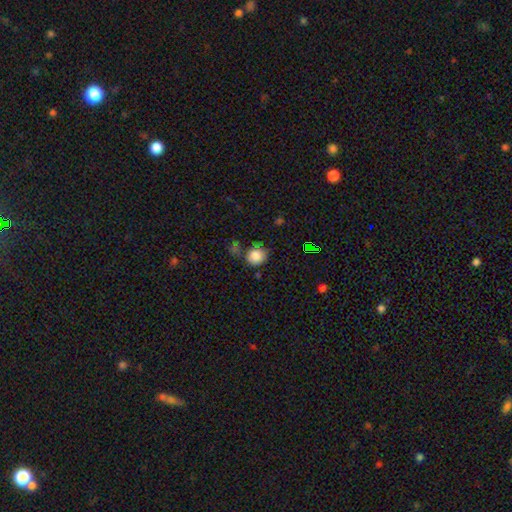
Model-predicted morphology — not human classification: Smooth or featured?
  - smooth: 83% *
  - star or artifact: 12%
  - featured or disk: 5%
How rounded?
  - round: 83% *
  - in between: 16%
  - cigar-shaped: 1%
Merging?
  - none: 68% *
  - minor disturbance: 18%
  - merger: 8%
  - major disturbance: 6%